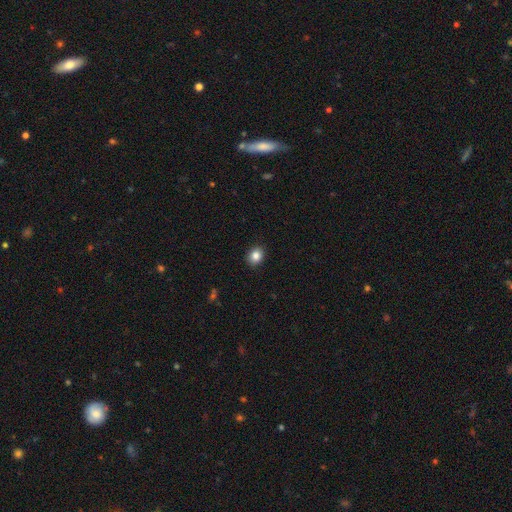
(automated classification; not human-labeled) smooth 85%, star or artifact 10%, featured or disk 5%. Down the decision tree: how rounded — round (63%); merging — none (91%).